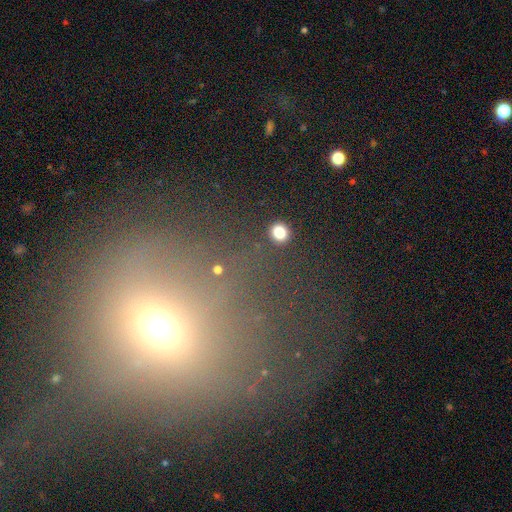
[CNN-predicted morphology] Smooth or featured? Predicted: smooth (p=0.52). How rounded? Predicted: round (p=0.74). Merging? Predicted: none (p=0.50).